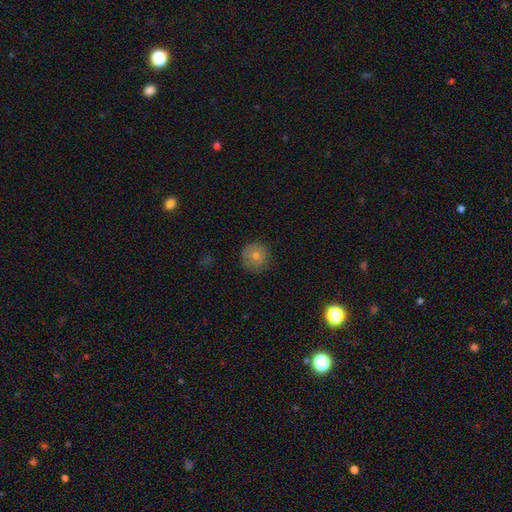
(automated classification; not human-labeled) Smooth or featured: smooth — 76% (featured or disk — 15%)
How rounded: round — 93% (in between — 6%)
Merging: none — 80% (minor disturbance — 16%)